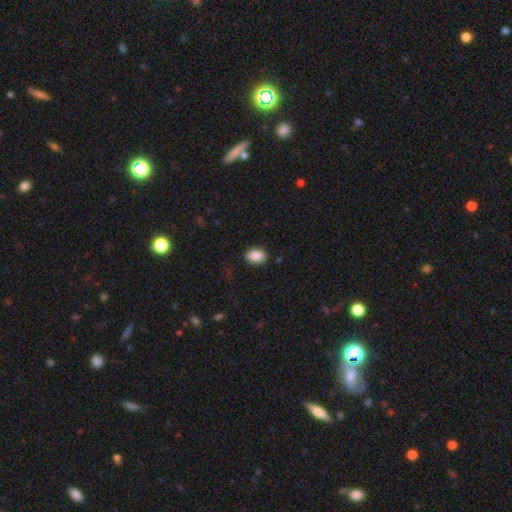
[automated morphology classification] Smooth or featured? Predicted: smooth (p=0.89). How rounded? Predicted: in between (p=0.83). Merging? Predicted: none (p=0.85).